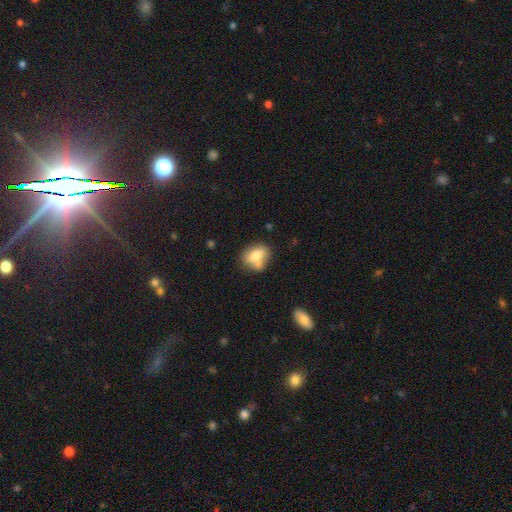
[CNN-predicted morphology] Q: Smooth or featured?
A: smooth (70%); runner-up: featured or disk (22%)
Q: How rounded?
A: in between (66%); runner-up: round (31%)
Q: Merging?
A: none (52%); runner-up: merger (22%)